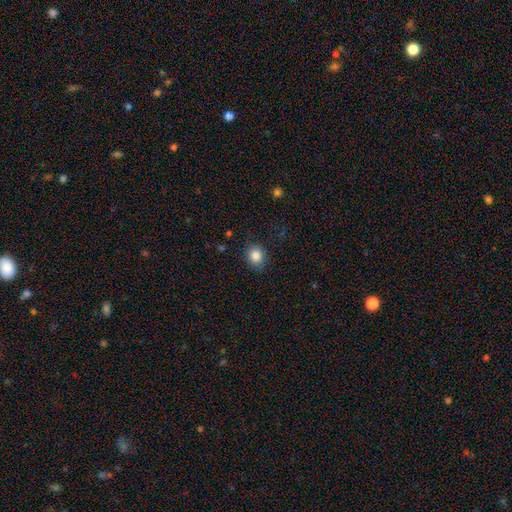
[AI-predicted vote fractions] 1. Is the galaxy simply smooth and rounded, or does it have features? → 85% smooth, 10% star or artifact, 5% featured or disk.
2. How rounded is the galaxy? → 70% round, 29% in between, 1% cigar-shaped.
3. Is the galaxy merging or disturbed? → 85% none, 10% minor disturbance, 3% major disturbance, 1% merger.